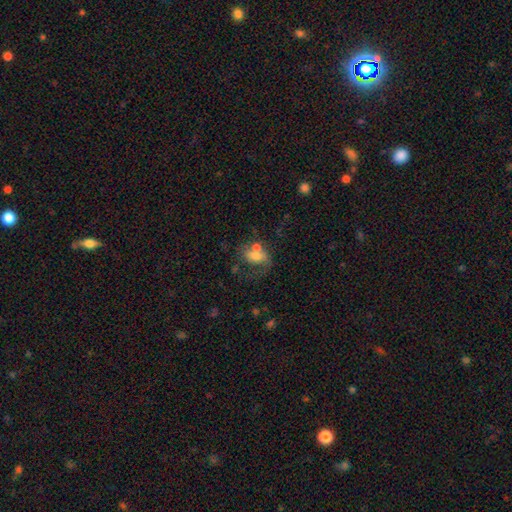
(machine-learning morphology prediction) Smooth or featured? Predicted: smooth (p=0.56). How rounded? Predicted: in between (p=0.74). Merging? Predicted: merger (p=0.31).